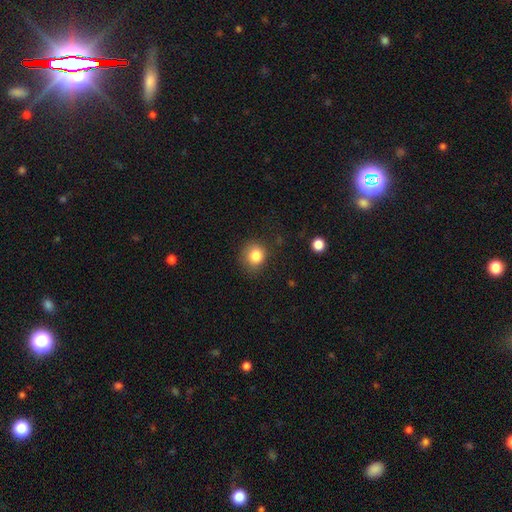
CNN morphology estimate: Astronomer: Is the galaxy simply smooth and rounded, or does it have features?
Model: smooth — 84%.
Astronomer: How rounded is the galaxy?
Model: round — 81%.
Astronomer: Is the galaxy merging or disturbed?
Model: none — 78%.